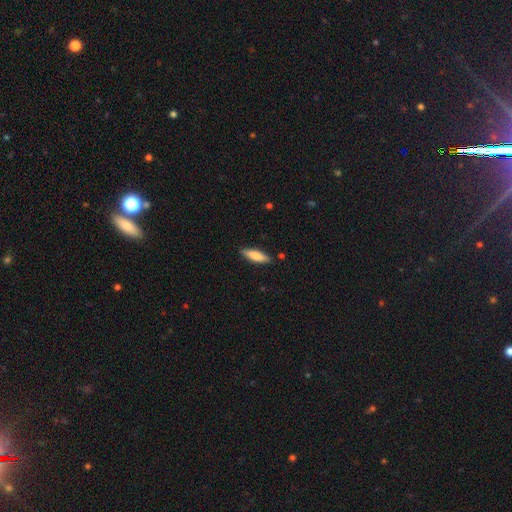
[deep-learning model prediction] Smooth or featured? Predicted: smooth (p=0.79). How rounded? Predicted: cigar-shaped (p=0.58). Merging? Predicted: none (p=0.86).